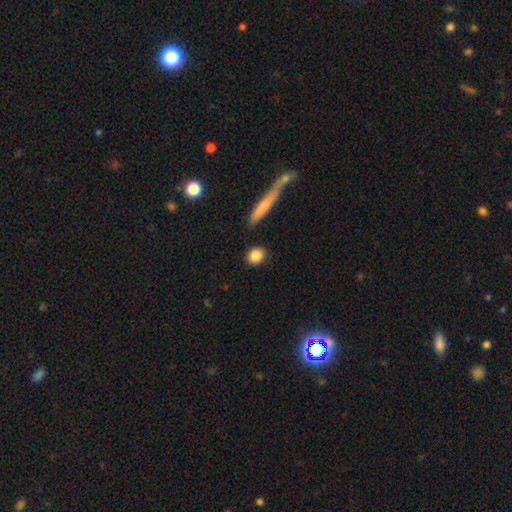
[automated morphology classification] smooth 87%, star or artifact 7%, featured or disk 6%. Down the decision tree: how rounded — round (59%); merging — none (87%).